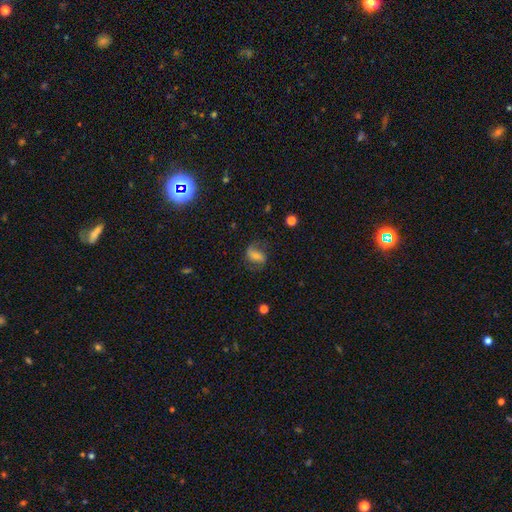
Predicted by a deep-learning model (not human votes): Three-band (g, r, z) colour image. It shows a featured or disk galaxy (50%). Merging: none (65%).